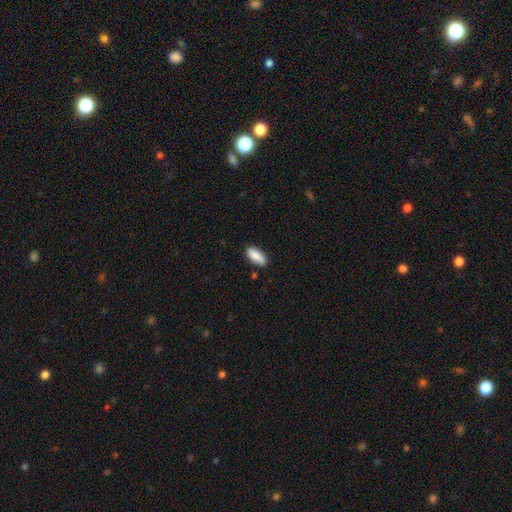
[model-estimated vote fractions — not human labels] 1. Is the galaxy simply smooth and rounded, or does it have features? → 86% smooth, 8% featured or disk, 6% star or artifact.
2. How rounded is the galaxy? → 86% in between, 11% cigar-shaped, 2% round.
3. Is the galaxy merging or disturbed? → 83% none, 13% minor disturbance, 2% major disturbance, 2% merger.